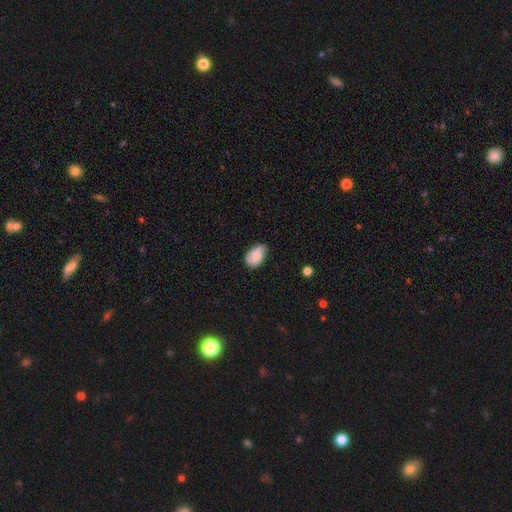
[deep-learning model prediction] smooth-or-featured: smooth: 65% | featured or disk: 27% | star or artifact: 8%
  how-rounded: in between: 87% | round: 12% | cigar-shaped: 1%
  merging: none: 61% | minor disturbance: 31% | major disturbance: 6% | merger: 2%